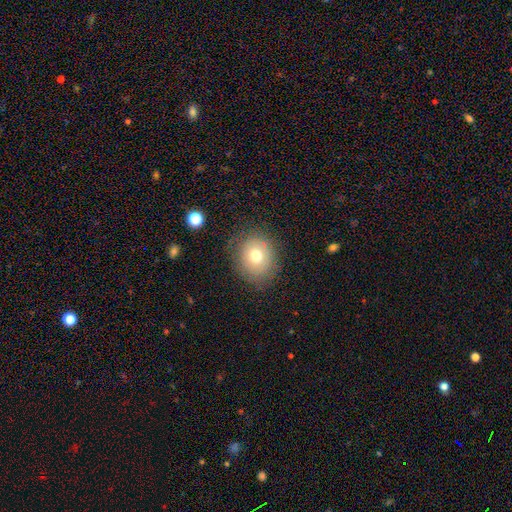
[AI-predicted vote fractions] A smooth galaxy with no disk features (71%) that is round (67%).

Vote fractions:
- Smooth or featured? smooth: 71% / featured or disk: 17% / star or artifact: 12%
- How rounded? round: 67% / in between: 32% / cigar-shaped: 1%
- Merging? none: 80% / minor disturbance: 14% / major disturbance: 5% / merger: 1%